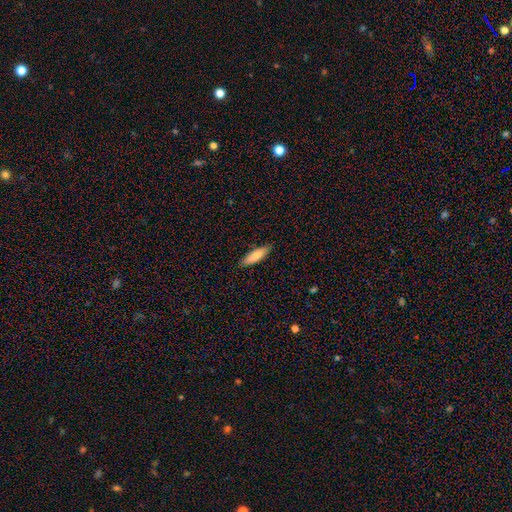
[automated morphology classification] Overall: smooth (81%). How rounded: cigar-shaped (60%; in between 38%). Merging: none (88%).